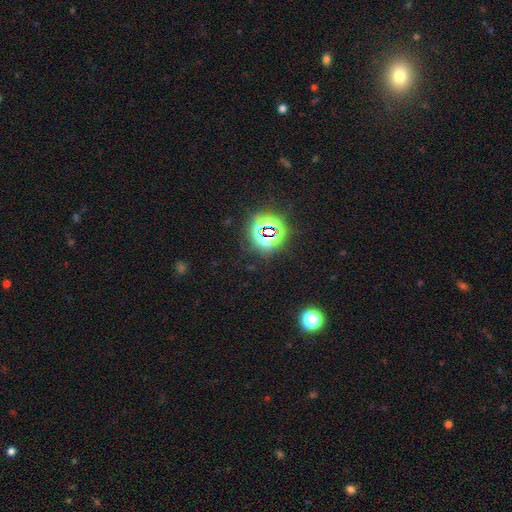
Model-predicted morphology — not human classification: star or artifact 76%, smooth 16%, featured or disk 8%.